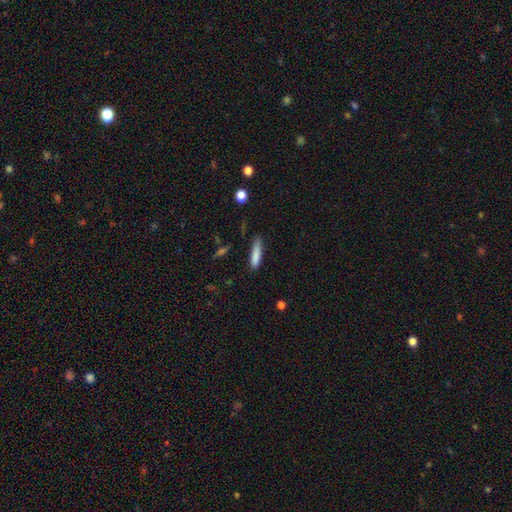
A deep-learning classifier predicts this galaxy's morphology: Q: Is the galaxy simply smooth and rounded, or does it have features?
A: smooth — 83%.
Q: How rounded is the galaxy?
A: cigar-shaped — 81%.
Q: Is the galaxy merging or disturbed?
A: none — 71%.